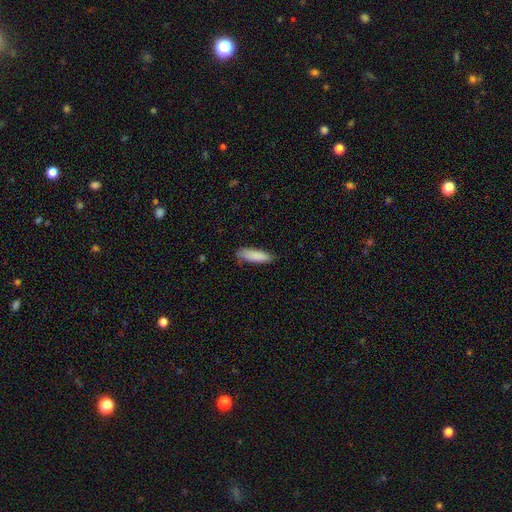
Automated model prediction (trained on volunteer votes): This appears to be a smooth galaxy with no disk features (87%) that is cigar-shaped (58%). Merging: none (74%).